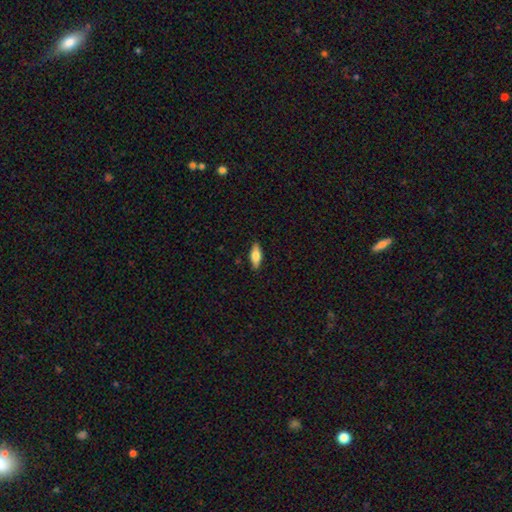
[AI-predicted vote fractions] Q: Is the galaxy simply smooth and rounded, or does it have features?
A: smooth — 75%.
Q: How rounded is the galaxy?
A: in between — 74%.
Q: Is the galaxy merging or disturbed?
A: none — 87%.